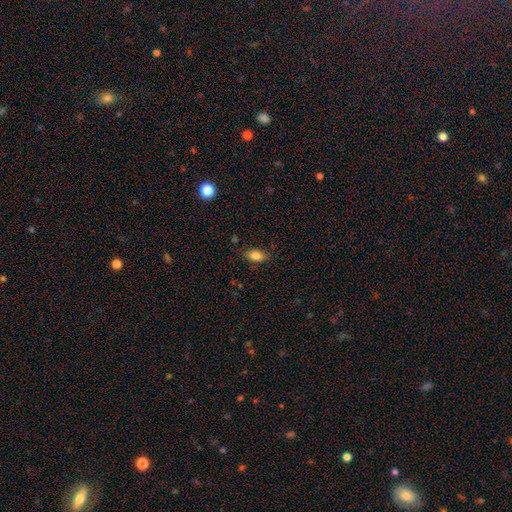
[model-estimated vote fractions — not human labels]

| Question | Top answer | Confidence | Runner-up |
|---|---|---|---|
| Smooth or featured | smooth | 84% | star or artifact (10%) |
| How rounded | in between | 86% | round (10%) |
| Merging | none | 80% | minor disturbance (15%) |